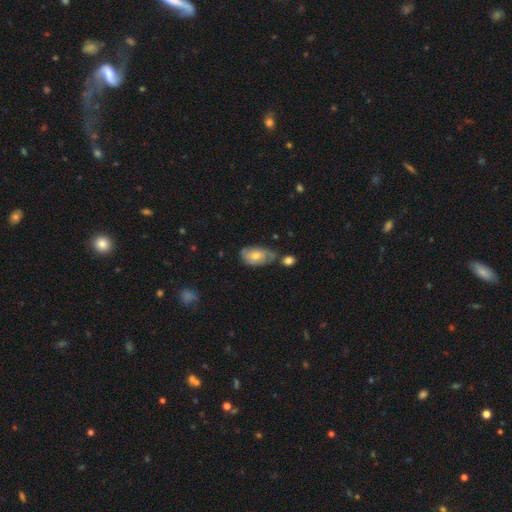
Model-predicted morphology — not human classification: A featured or disk galaxy (48%).

Vote fractions:
- Smooth or featured? featured or disk: 48% / smooth: 45% / star or artifact: 7%
- Merging? none: 50% / minor disturbance: 27% / merger: 13% / major disturbance: 9%